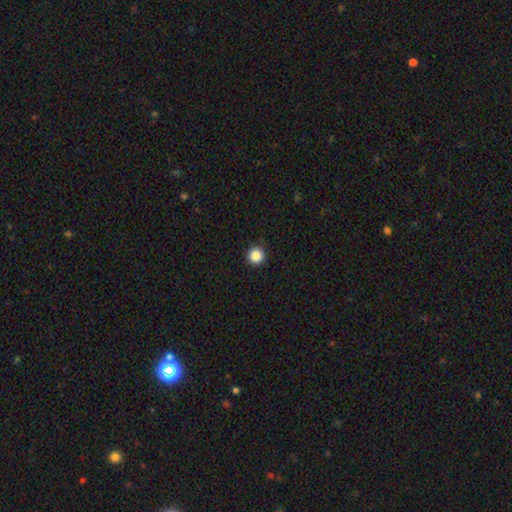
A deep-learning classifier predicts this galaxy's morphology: type=smooth (87%); roundness=round (96%); merging=none (94%).